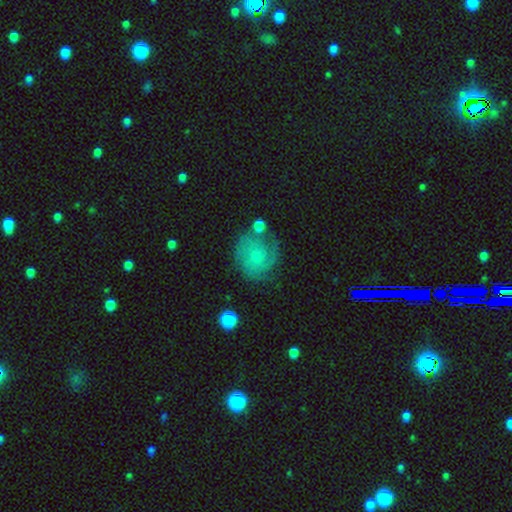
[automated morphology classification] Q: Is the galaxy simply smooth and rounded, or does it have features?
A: featured or disk — 61%.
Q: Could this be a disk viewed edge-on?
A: no — 98%.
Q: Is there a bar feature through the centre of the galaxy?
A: no — 78%.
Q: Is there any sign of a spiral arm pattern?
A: yes — 88%.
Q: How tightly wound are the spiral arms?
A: tight — 52%.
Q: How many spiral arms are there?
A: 2 — 29%, tied with can't tell.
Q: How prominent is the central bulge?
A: small — 71%.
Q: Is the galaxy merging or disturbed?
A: none — 63%.